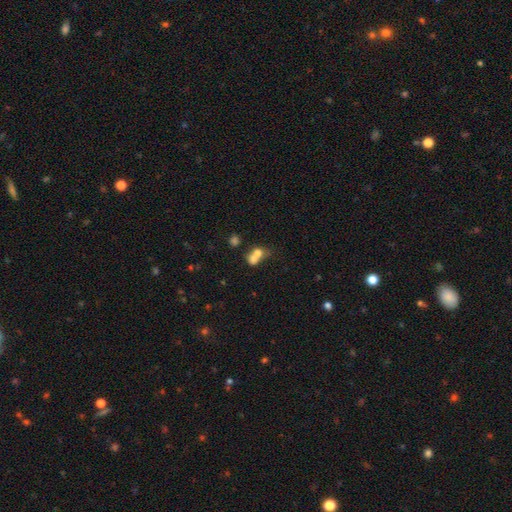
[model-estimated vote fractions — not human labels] This appears to be a smooth galaxy with no disk features (69%) that is in between round and cigar-shaped (57%). Merging: merger (68%).